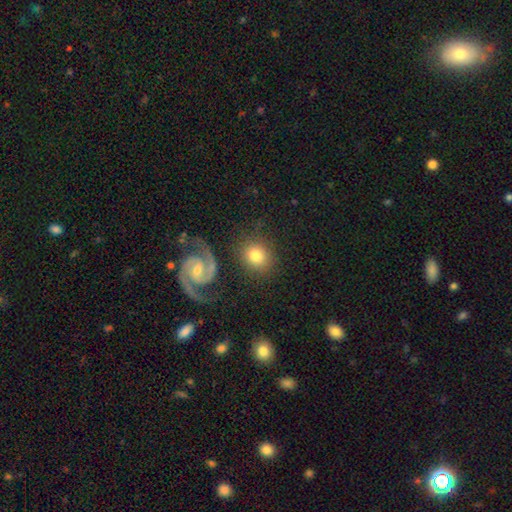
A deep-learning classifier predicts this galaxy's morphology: Q: Smooth or featured?
A: smooth (69%); runner-up: featured or disk (23%)
Q: How rounded?
A: round (79%); runner-up: in between (20%)
Q: Merging?
A: none (76%); runner-up: minor disturbance (11%)